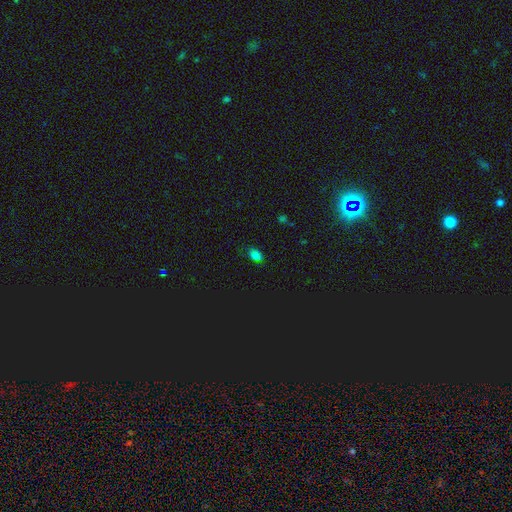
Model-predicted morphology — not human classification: Smooth or featured? Predicted: smooth (p=0.74). How rounded? Predicted: in between (p=0.81). Merging? Predicted: none (p=0.81).